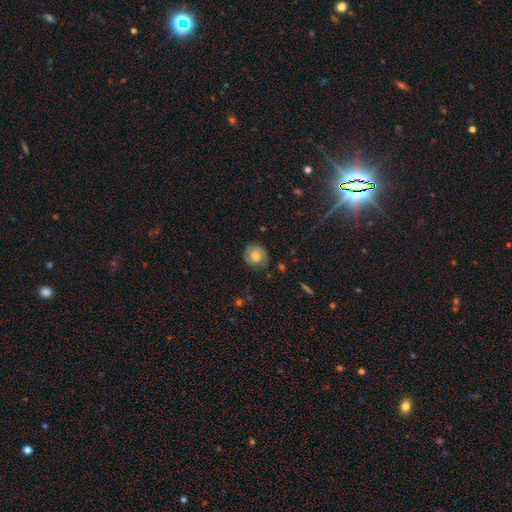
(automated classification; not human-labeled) Morphology: type=smooth (59%); roundness=round (86%); merging=none (79%).